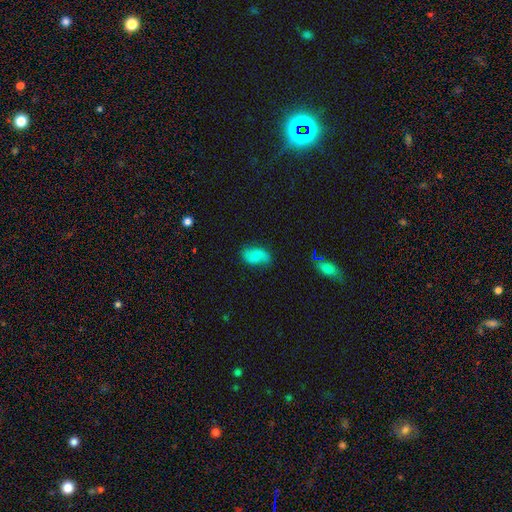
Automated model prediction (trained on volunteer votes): This appears to be a smooth galaxy with no disk features (66%) that is in between round and cigar-shaped (91%). Merging: none (66%).